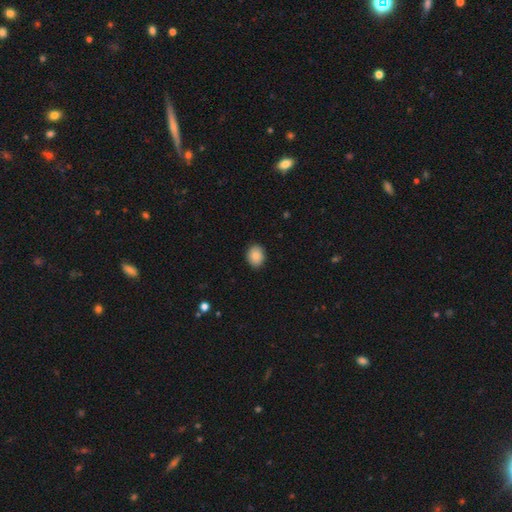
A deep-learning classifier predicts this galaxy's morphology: A smooth galaxy with no disk features (87%) that is in between round and cigar-shaped (52%). Merging: none (88%).